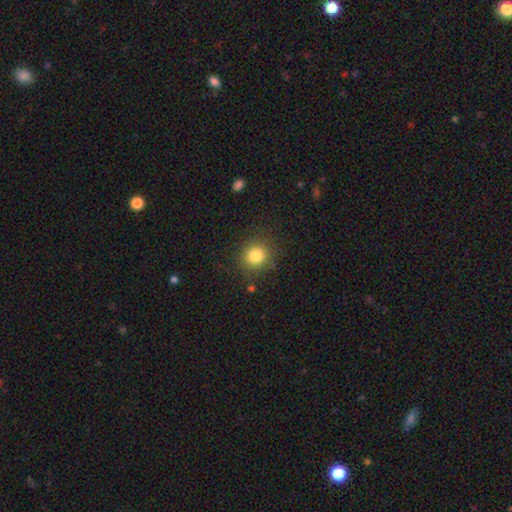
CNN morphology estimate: This is clearly a smooth galaxy (82%). How rounded: clearly round (87%). Merging: clearly none (86%).